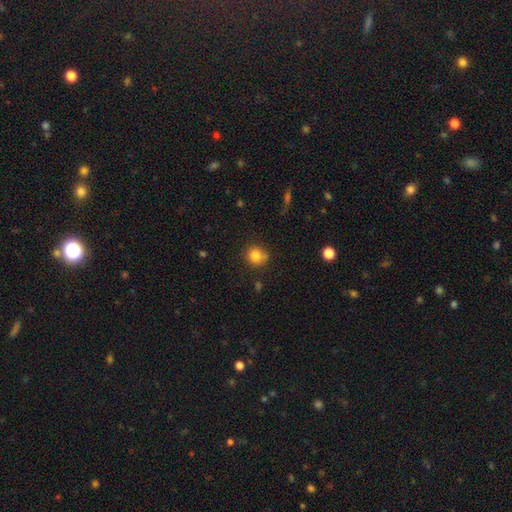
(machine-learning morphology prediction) smooth-or-featured: smooth: 82% | star or artifact: 11% | featured or disk: 7%
  how-rounded: round: 87% | in between: 12% | cigar-shaped: 1%
  merging: none: 74% | minor disturbance: 14% | merger: 7% | major disturbance: 4%